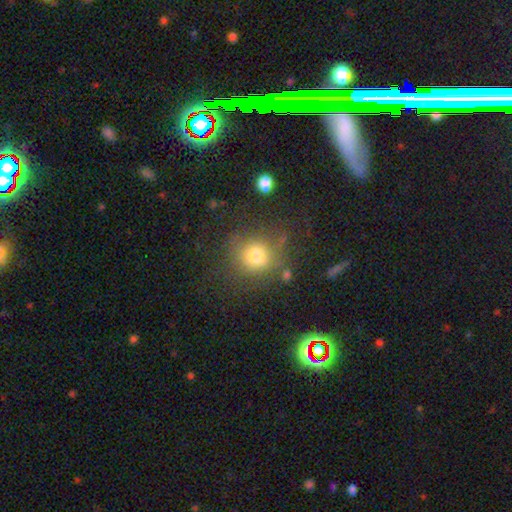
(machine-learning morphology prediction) smooth 73%, star or artifact 17%, featured or disk 11%. Down the decision tree: how rounded — round (88%); merging — none (77%).